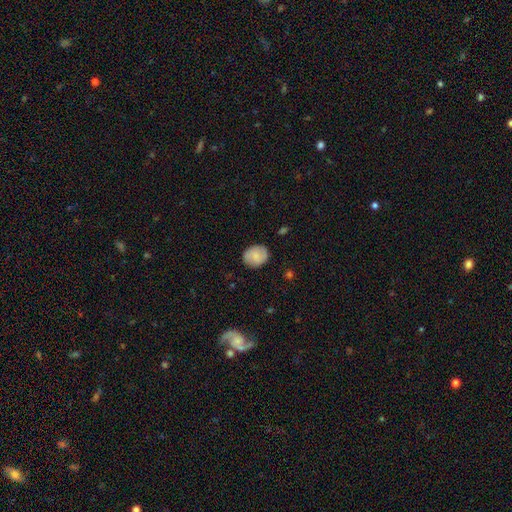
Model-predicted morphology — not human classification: type=smooth (76%); roundness=round (54%); merging=none (84%).